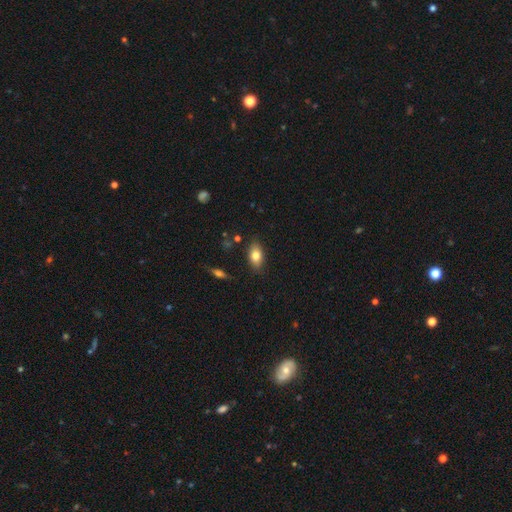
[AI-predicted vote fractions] A smooth galaxy with no disk features (79%) that is in between round and cigar-shaped (88%).

Vote fractions:
- Smooth or featured? smooth: 79% / featured or disk: 13% / star or artifact: 8%
- How rounded? in between: 88% / round: 7% / cigar-shaped: 5%
- Merging? none: 84% / minor disturbance: 12% / major disturbance: 3% / merger: 2%